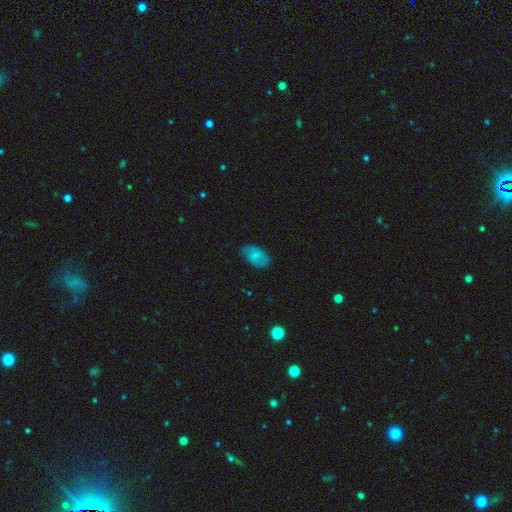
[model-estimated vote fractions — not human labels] A smooth galaxy with no disk features (71%) that is in between round and cigar-shaped (92%).

Vote fractions:
- Smooth or featured? smooth: 71% / featured or disk: 21% / star or artifact: 8%
- How rounded? in between: 92% / round: 6% / cigar-shaped: 2%
- Merging? none: 76% / minor disturbance: 18% / major disturbance: 4% / merger: 1%